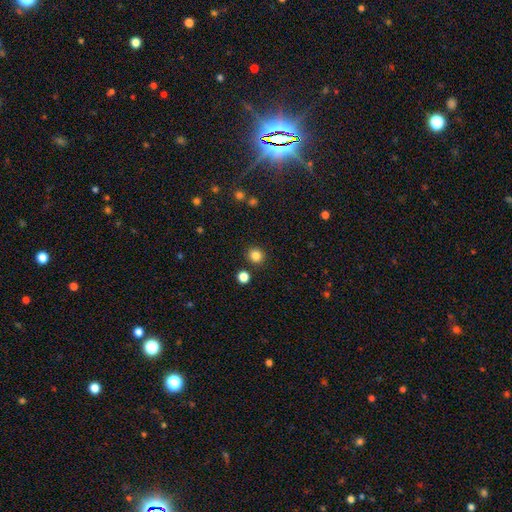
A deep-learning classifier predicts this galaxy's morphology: type=smooth (84%); roundness=round (91%); merging=none (89%).